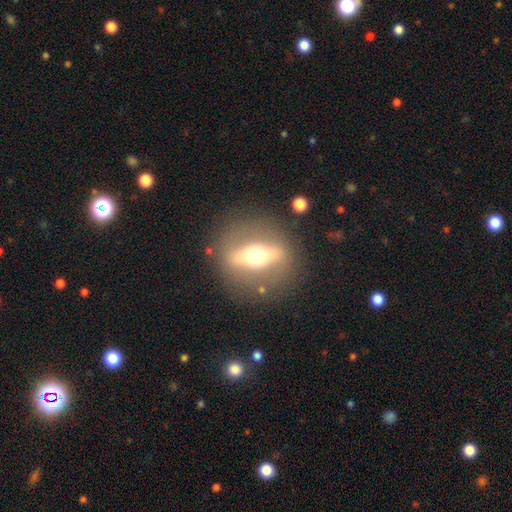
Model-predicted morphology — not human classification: The model was most divided on "edge-on disk": yes: 56%, no: 44%. More confident: merging — none (83%); smooth or featured — featured or disk (69%).